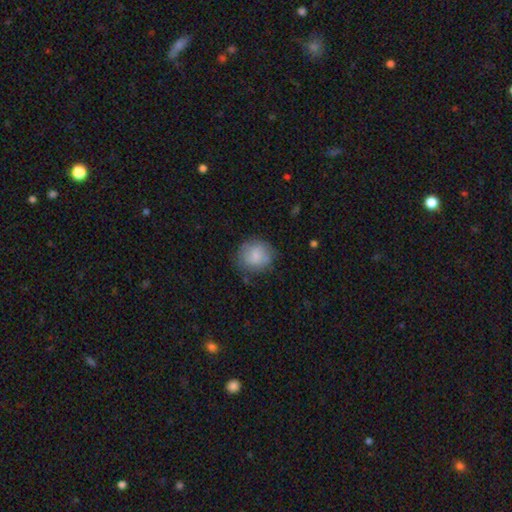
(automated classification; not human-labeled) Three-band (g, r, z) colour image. It shows a smooth galaxy with no disk features (79%) that is round (81%). Merging: none (72%).